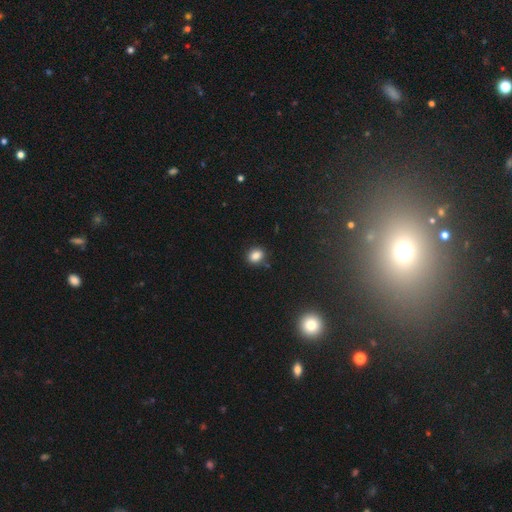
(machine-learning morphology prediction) smooth-or-featured: smooth: 84% | star or artifact: 11% | featured or disk: 5%
  how-rounded: in between: 50% | round: 49% | cigar-shaped: 1%
  merging: none: 84% | minor disturbance: 10% | merger: 3% | major disturbance: 3%